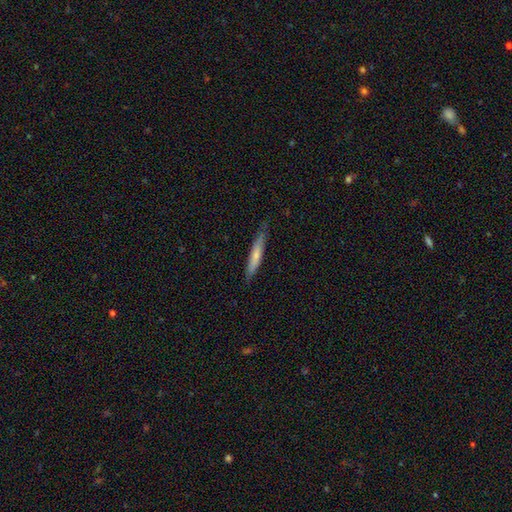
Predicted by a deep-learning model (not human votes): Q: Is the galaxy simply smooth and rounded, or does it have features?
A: smooth — 61%.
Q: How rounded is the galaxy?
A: cigar-shaped — 91%.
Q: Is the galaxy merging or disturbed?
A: none — 81%.